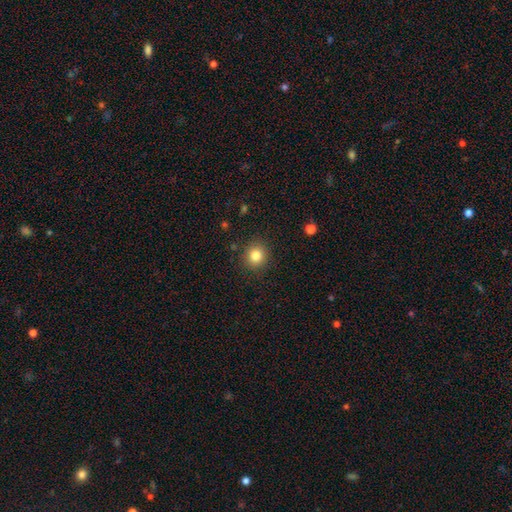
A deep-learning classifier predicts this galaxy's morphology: type=smooth (82%); roundness=round (86%); merging=none (89%).